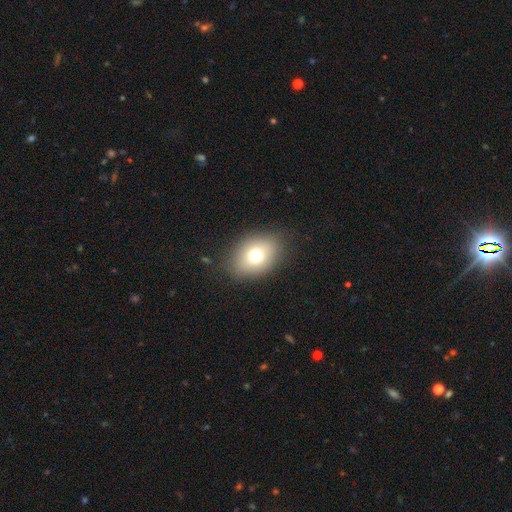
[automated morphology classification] Smooth or featured? smooth (74%)
How rounded? in between (71%)
Merging? none (83%)